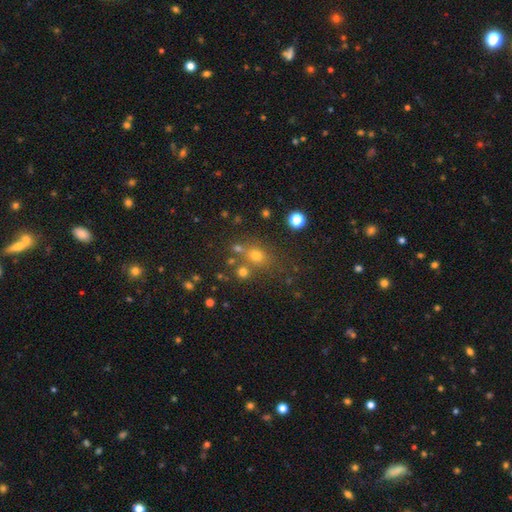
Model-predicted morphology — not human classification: A smooth galaxy with no disk features (63%) that is round (71%).

Vote fractions:
- Smooth or featured? smooth: 63% / star or artifact: 25% / featured or disk: 12%
- How rounded? round: 71% / in between: 27% / cigar-shaped: 2%
- Merging? none: 65% / merger: 18% / minor disturbance: 12% / major disturbance: 6%